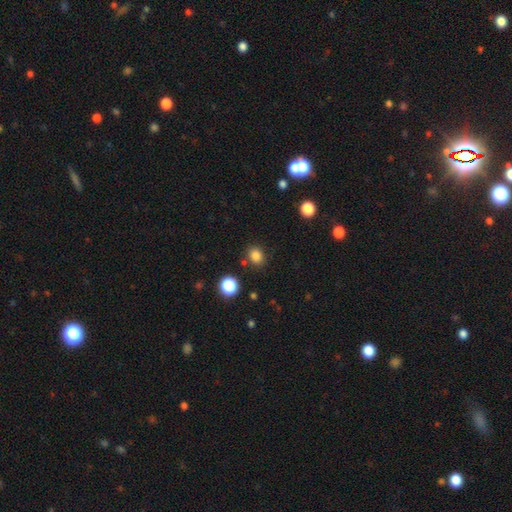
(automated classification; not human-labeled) Overall: smooth (83%). How rounded: round (68%; in between 31%). Merging: none (83%).